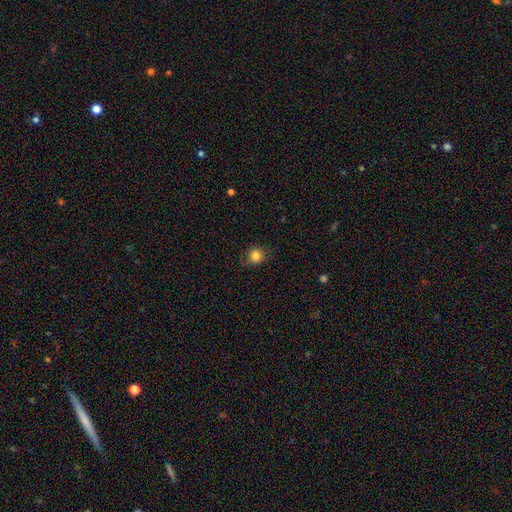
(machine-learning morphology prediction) Smooth or featured: smooth — 84% (star or artifact — 11%)
How rounded: round — 84% (in between — 15%)
Merging: none — 80% (minor disturbance — 15%)